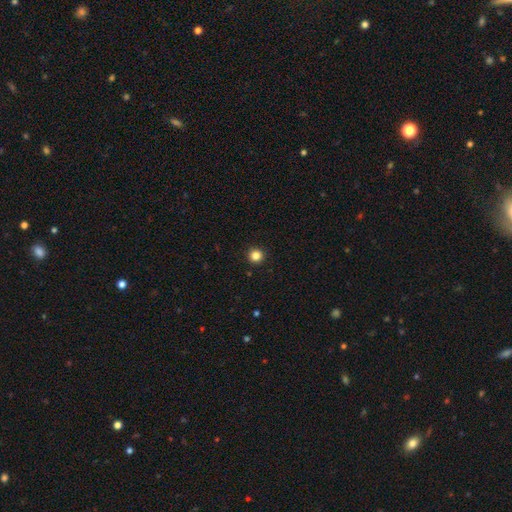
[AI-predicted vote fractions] This appears to be a smooth galaxy with no disk features (85%) that is round (96%). Merging: none (94%).